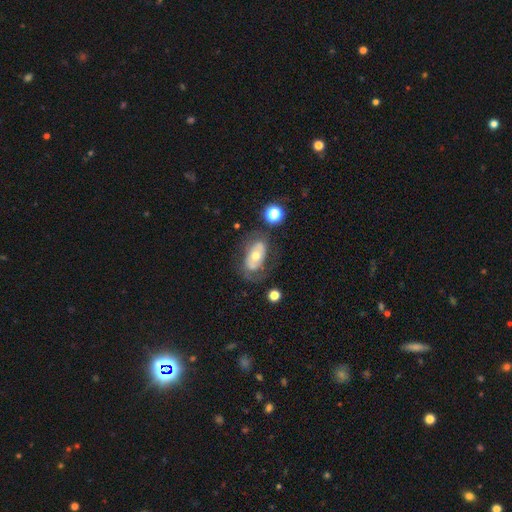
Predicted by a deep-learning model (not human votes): Q: Smooth or featured?
A: featured or disk (58%); runner-up: smooth (35%)
Q: Edge-on disk?
A: no (92%); runner-up: yes (8%)
Q: Bar?
A: no (74%); runner-up: weak (17%)
Q: Spiral arms?
A: no (57%); runner-up: yes (43%)
Q: Bulge size?
A: moderate (66%); runner-up: small (26%)
Q: Merging?
A: none (56%); runner-up: minor disturbance (21%)